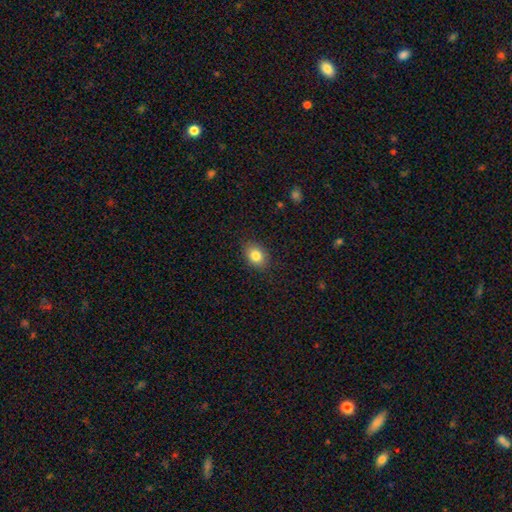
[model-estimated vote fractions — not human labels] This appears to be a smooth galaxy with no disk features (84%) that is in between round and cigar-shaped (69%). Merging: none (87%).